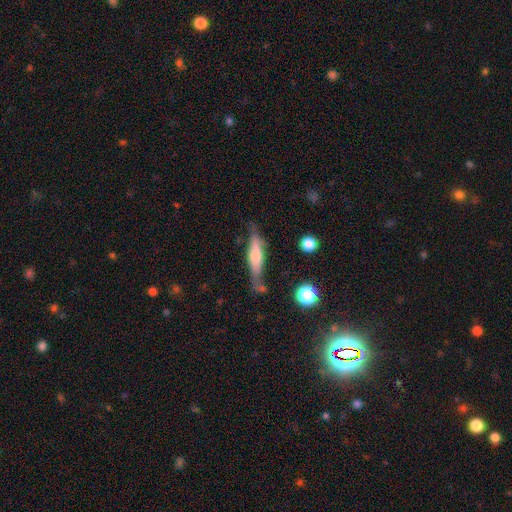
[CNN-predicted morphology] smooth-or-featured: featured or disk: 50% | smooth: 43% | star or artifact: 7%
  merging: none: 57% | minor disturbance: 26% | major disturbance: 10% | merger: 7%